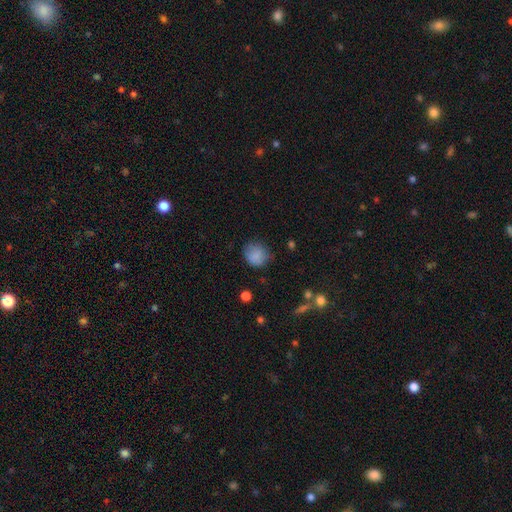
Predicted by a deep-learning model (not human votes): Smooth or featured? smooth (84%)
How rounded? round (77%)
Merging? none (70%)